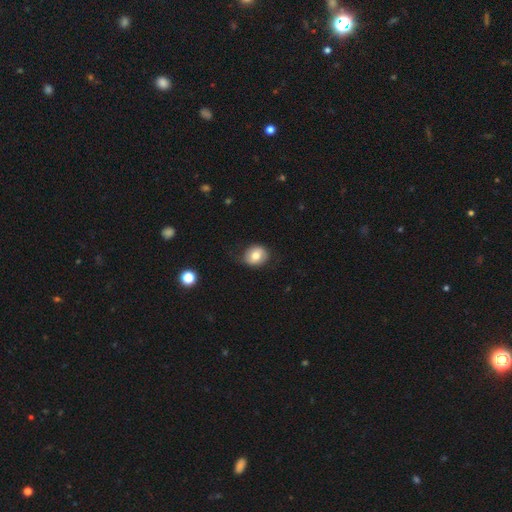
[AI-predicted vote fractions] Smooth or featured?
  - smooth: 72% *
  - featured or disk: 20%
  - star or artifact: 8%
How rounded?
  - round: 64% *
  - in between: 35%
  - cigar-shaped: 1%
Merging?
  - none: 74% *
  - minor disturbance: 20%
  - major disturbance: 5%
  - merger: 1%